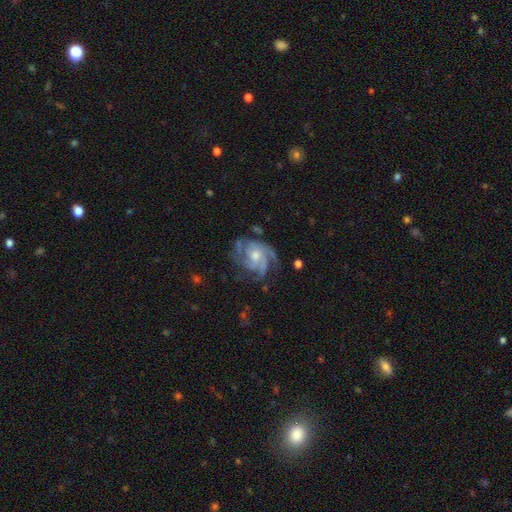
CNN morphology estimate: smooth-or-featured: featured or disk: 86% | smooth: 8% | star or artifact: 6%
  disk-edge-on: no: 98% | yes: 2%
    bar: no: 71% | weak: 25% | strong: 4%
    has-spiral-arms: yes: 96% | no: 4%
      spiral-winding: tight: 48% | medium: 42% | loose: 10%
      spiral-arm-count: 3: 32% | 4: 27% | can't tell: 17% | 2: 10% | more than 4: 7% | 1: 6%
    bulge-size: moderate: 62% | small: 26% | large: 8% | none: 4% | dominant: 1%
  merging: none: 64% | minor disturbance: 20% | major disturbance: 14% | merger: 2%